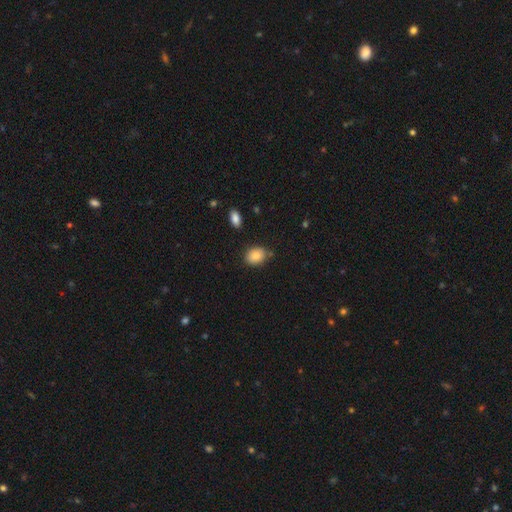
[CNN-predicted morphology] A smooth galaxy with no disk features (86%) that is in between round and cigar-shaped (59%). Merging: none (80%).